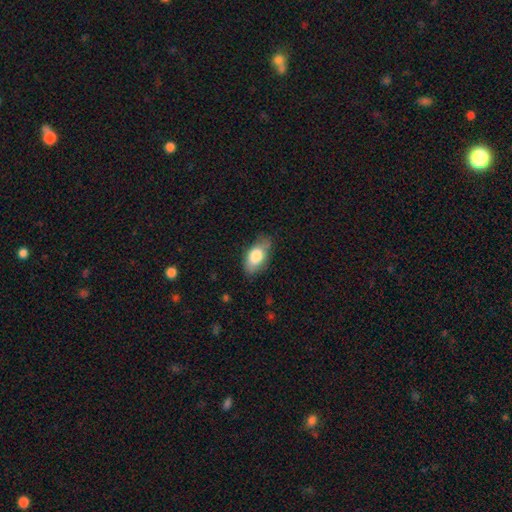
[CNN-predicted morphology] smooth-or-featured: smooth: 77% | featured or disk: 16% | star or artifact: 7%
  how-rounded: in between: 90% | round: 5% | cigar-shaped: 5%
  merging: none: 72% | minor disturbance: 22% | major disturbance: 5% | merger: 1%